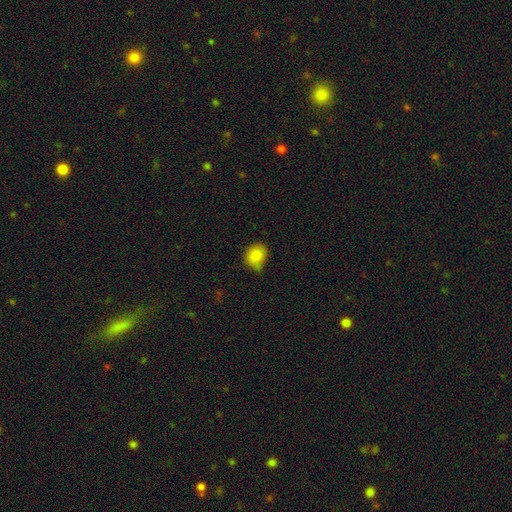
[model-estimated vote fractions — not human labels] Smooth or featured? smooth (84%)
How rounded? round (68%)
Merging? none (59%)